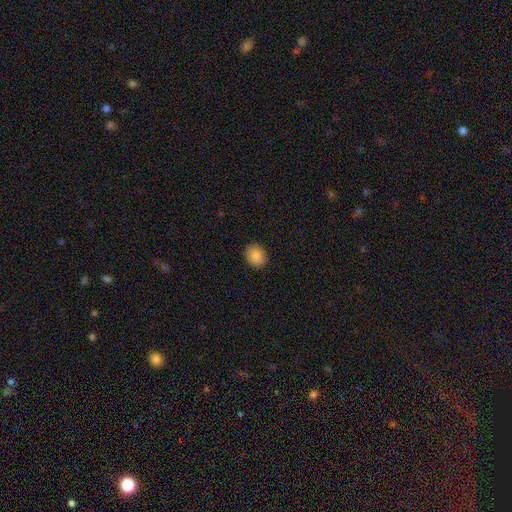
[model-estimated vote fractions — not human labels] Smooth or featured? Predicted: smooth (p=0.86). How rounded? Predicted: round (p=0.50). Merging? Predicted: none (p=0.90).